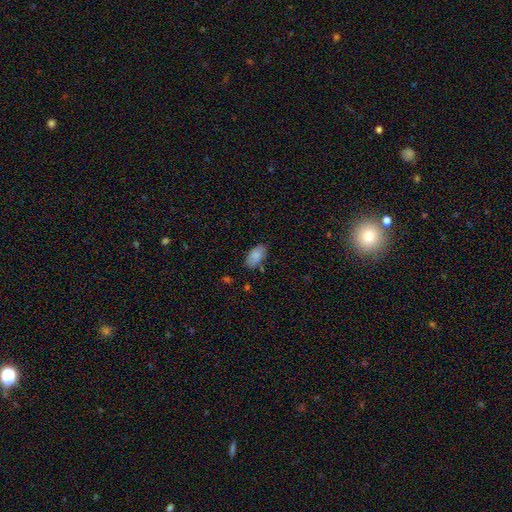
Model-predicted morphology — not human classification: Smooth or featured? Predicted: smooth (p=0.85). How rounded? Predicted: in between (p=0.94). Merging? Predicted: none (p=0.79).